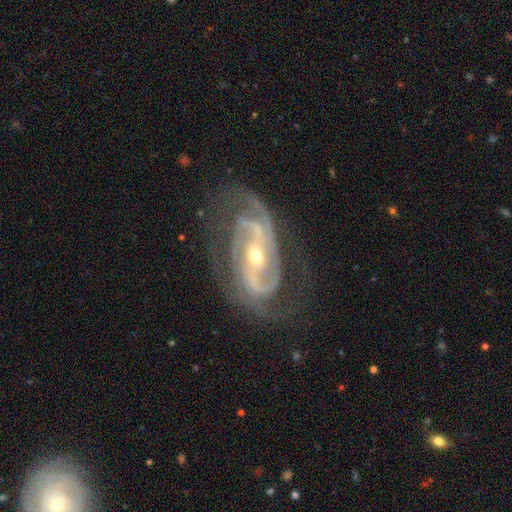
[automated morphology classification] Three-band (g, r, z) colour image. It shows a featured or disk galaxy (91%) with a strong bar (44%), 2 (60%) tight (47%) spiral arms (98%) and a small central bulge (49%). Merging: none (71%).